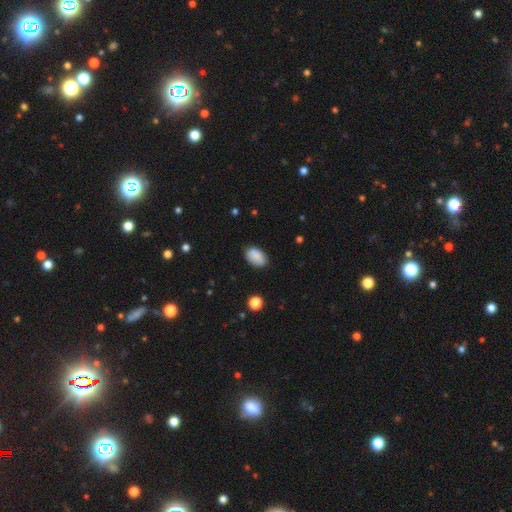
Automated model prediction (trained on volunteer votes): Q: Smooth or featured?
A: smooth (84%); runner-up: star or artifact (8%)
Q: How rounded?
A: in between (89%); runner-up: round (10%)
Q: Merging?
A: none (77%); runner-up: minor disturbance (18%)